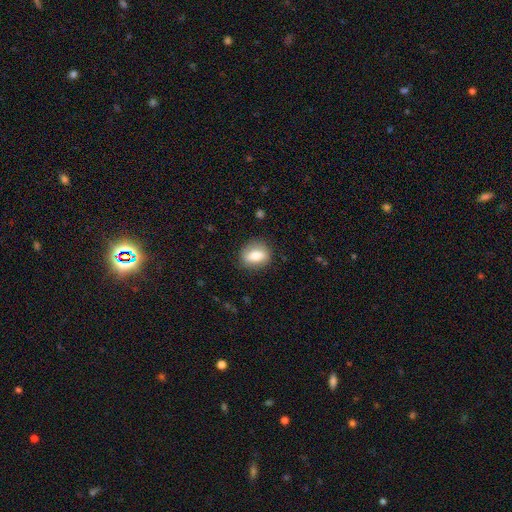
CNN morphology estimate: Overall: smooth (70%). How rounded: in between (51%; round 46%). Merging: none (83%).